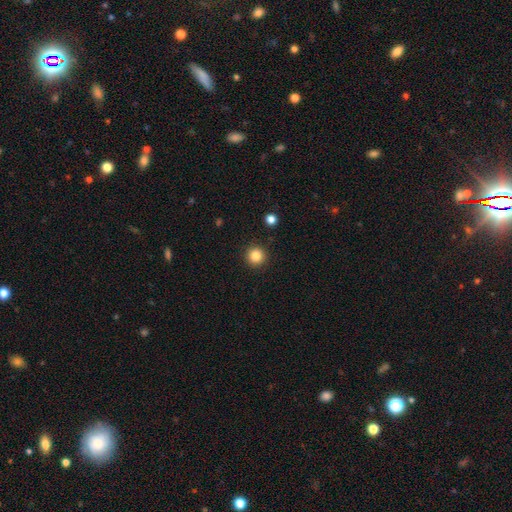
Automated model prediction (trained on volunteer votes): The model was most divided on "smooth or featured": smooth: 84%, star or artifact: 11%, featured or disk: 4%. More confident: how rounded — round (95%); merging — none (92%).